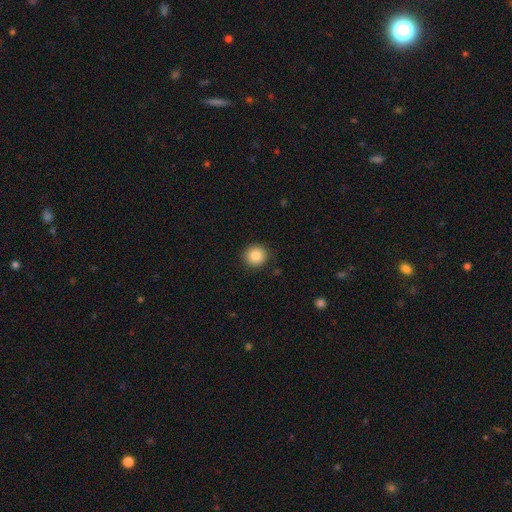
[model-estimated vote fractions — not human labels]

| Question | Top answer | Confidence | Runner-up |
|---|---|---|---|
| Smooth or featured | smooth | 87% | star or artifact (9%) |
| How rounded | round | 91% | in between (8%) |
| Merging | none | 90% | minor disturbance (6%) |